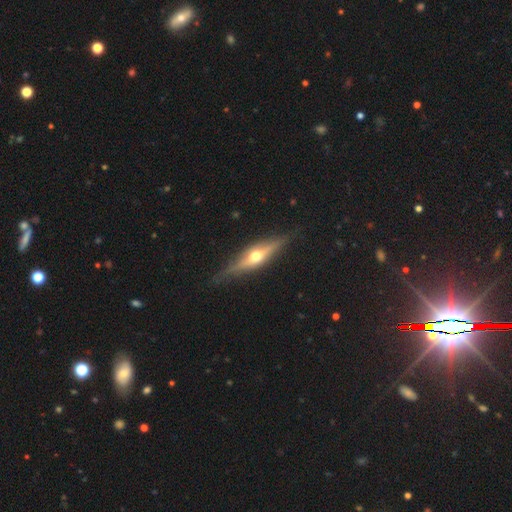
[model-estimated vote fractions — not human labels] Smooth or featured? Predicted: featured or disk (p=0.71). Edge-on disk? Predicted: yes (p=0.95). Edge-on bulge? Predicted: rounded (p=0.94). Merging? Predicted: none (p=0.84).